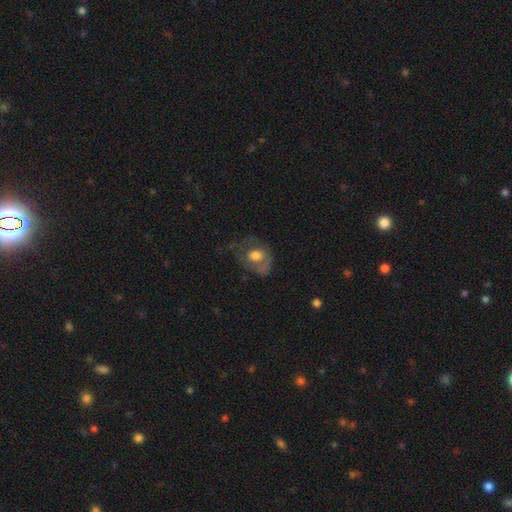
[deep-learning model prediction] Smooth or featured: featured or disk — 45% (smooth — 43%)
Merging: none — 42% (major disturbance — 32%)